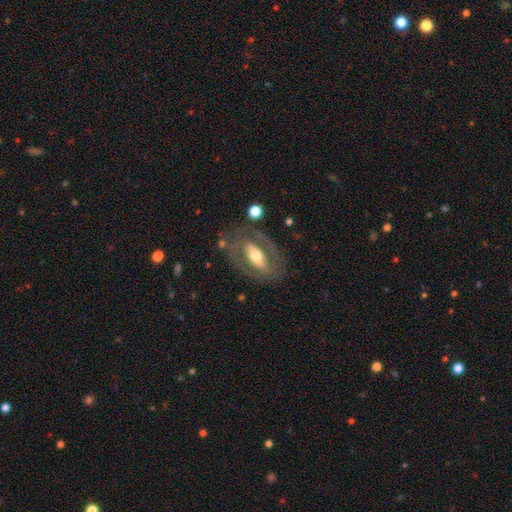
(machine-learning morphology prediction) Q: Smooth or featured?
A: featured or disk (69%); runner-up: smooth (25%)
Q: Edge-on disk?
A: no (84%); runner-up: yes (16%)
Q: Bar?
A: strong (52%); runner-up: no (26%)
Q: Spiral arms?
A: no (57%); runner-up: yes (43%)
Q: Bulge size?
A: moderate (64%); runner-up: small (18%)
Q: Merging?
A: none (70%); runner-up: minor disturbance (15%)